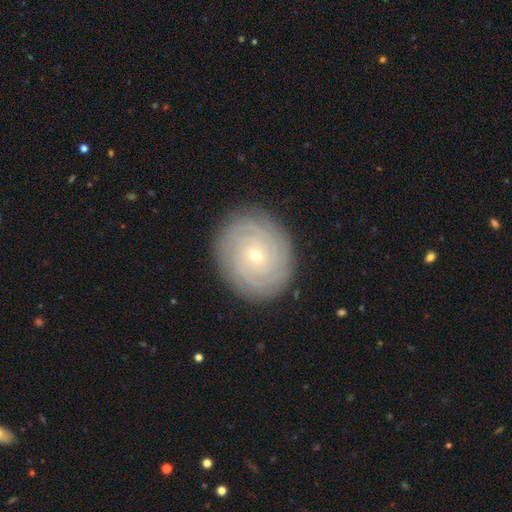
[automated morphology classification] Smooth or featured? featured or disk (82%)
Edge-on disk? no (97%)
Bar? no (67%)
Spiral arms? yes (96%)
Spiral winding? tight (89%)
Spiral arm count? can't tell (30%)
Bulge size? small (77%)
Merging? none (87%)